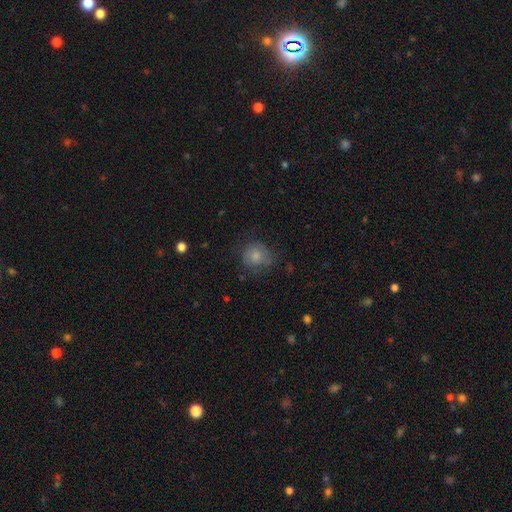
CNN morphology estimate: Smooth or featured? Predicted: smooth (p=0.68). How rounded? Predicted: round (p=0.80). Merging? Predicted: none (p=0.62).